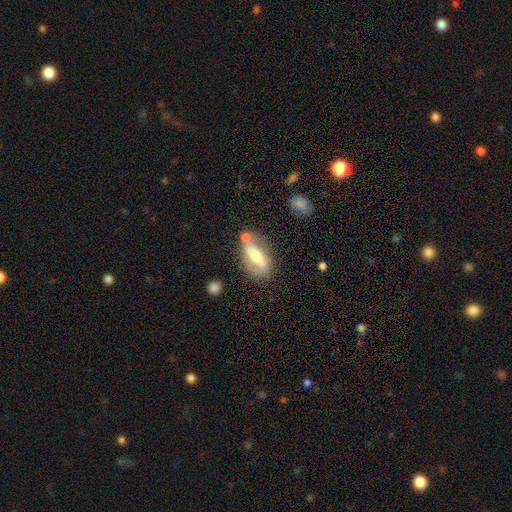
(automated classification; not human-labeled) smooth_or_featured: featured or disk (p=0.55) [alt: smooth p=0.38]
disk_edge_on: no (p=0.66) [alt: yes p=0.34]
merging: none (p=0.61) [alt: minor disturbance p=0.18]